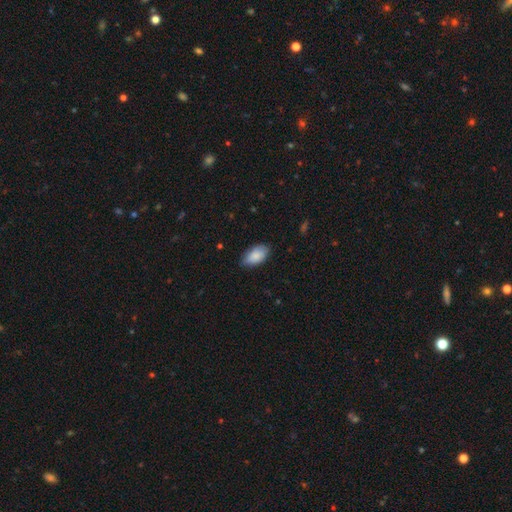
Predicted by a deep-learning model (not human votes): A smooth galaxy with no disk features (85%) that is in between round and cigar-shaped (94%).

Vote fractions:
- Smooth or featured? smooth: 85% / featured or disk: 9% / star or artifact: 6%
- How rounded? in between: 94% / round: 4% / cigar-shaped: 2%
- Merging? none: 75% / minor disturbance: 21% / major disturbance: 3% / merger: 1%